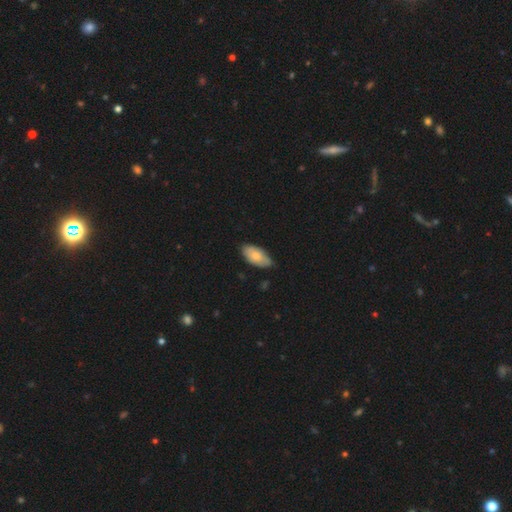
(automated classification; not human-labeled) A smooth galaxy with no disk features (71%) that is in between round and cigar-shaped (94%).

Vote fractions:
- Smooth or featured? smooth: 71% / featured or disk: 24% / star or artifact: 5%
- How rounded? in between: 94% / cigar-shaped: 4% / round: 2%
- Merging? none: 72% / minor disturbance: 24% / major disturbance: 3% / merger: 1%